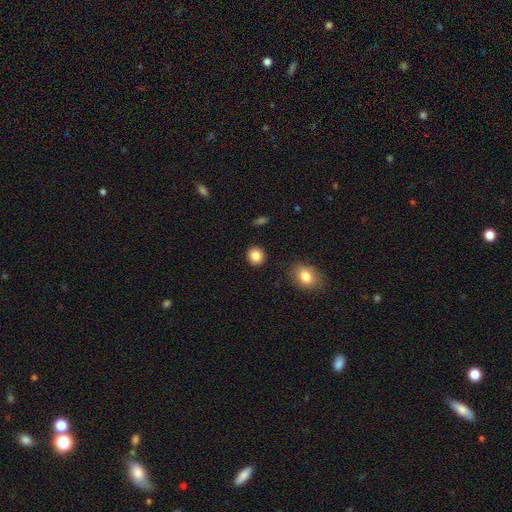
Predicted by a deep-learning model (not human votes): Smooth or featured: smooth — 86% (star or artifact — 9%)
How rounded: round — 84% (in between — 15%)
Merging: none — 91% (minor disturbance — 6%)